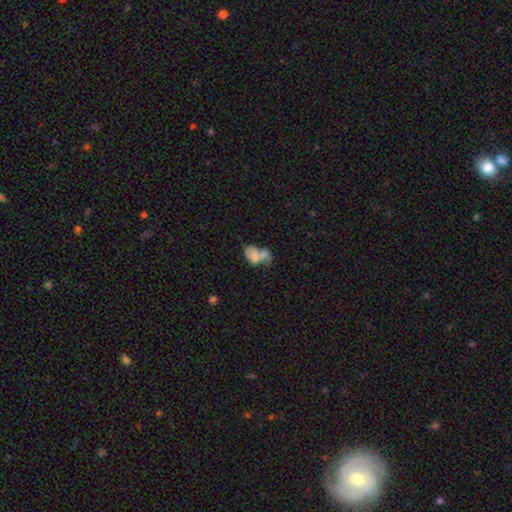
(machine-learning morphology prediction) Smooth or featured? smooth (59%)
How rounded? in between (85%)
Merging? merger (58%)